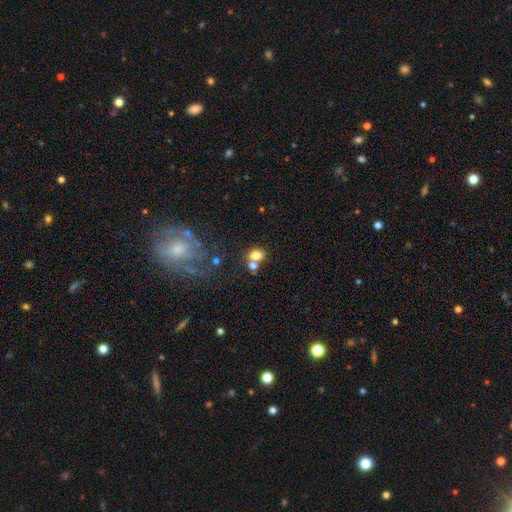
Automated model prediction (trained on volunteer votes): Smooth or featured?
  - smooth: 76% *
  - star or artifact: 13%
  - featured or disk: 11%
How rounded?
  - in between: 61% *
  - round: 38%
  - cigar-shaped: 1%
Merging?
  - none: 51% *
  - merger: 31%
  - minor disturbance: 12%
  - major disturbance: 6%